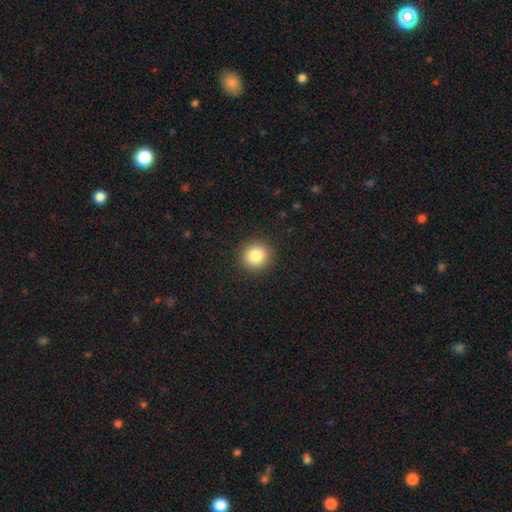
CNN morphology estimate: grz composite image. It shows a smooth galaxy with no disk features (84%) that is round (90%). Merging: none (91%).